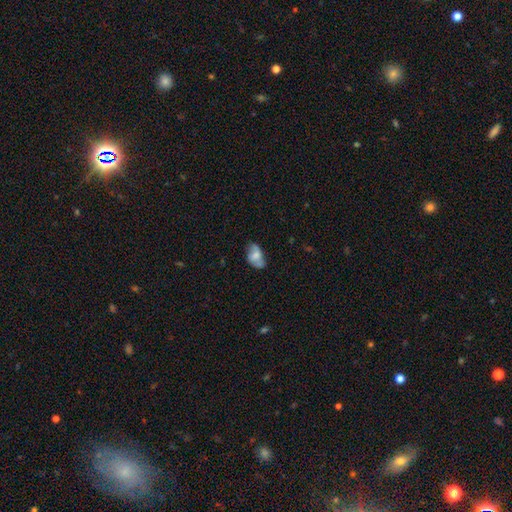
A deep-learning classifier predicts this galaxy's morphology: type=smooth (57%); roundness=in between (89%); merging=none (51%).